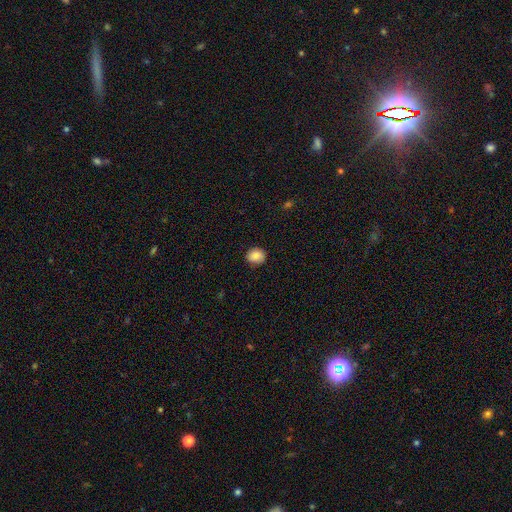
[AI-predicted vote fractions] Smooth or featured: smooth — 87% (star or artifact — 8%)
How rounded: round — 70% (in between — 29%)
Merging: none — 86% (minor disturbance — 11%)